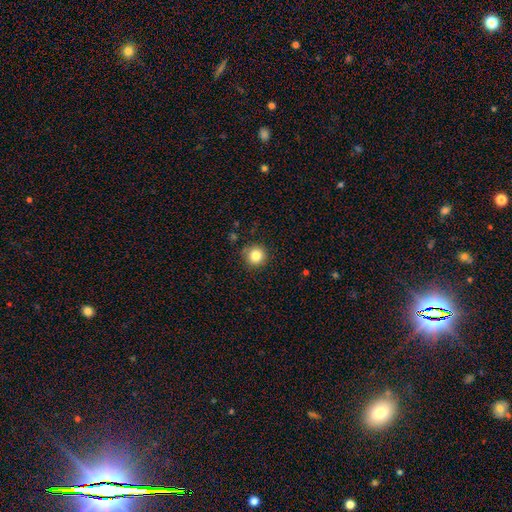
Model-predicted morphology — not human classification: This appears to be a smooth galaxy with no disk features (83%) that is round (94%). Merging: none (87%).